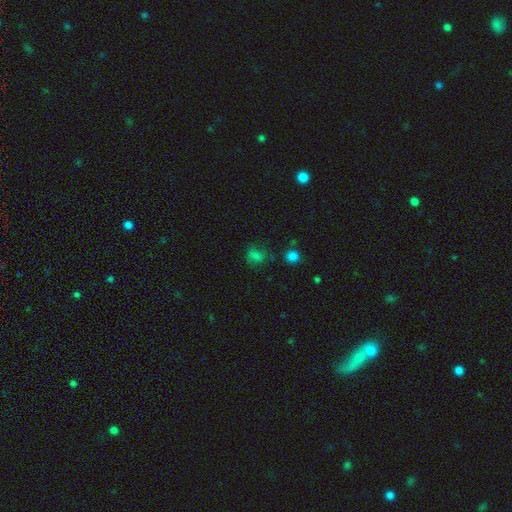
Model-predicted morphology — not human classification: Q: Smooth or featured?
A: smooth (60%); runner-up: star or artifact (28%)
Q: How rounded?
A: round (53%); runner-up: in between (45%)
Q: Merging?
A: none (64%); runner-up: minor disturbance (20%)